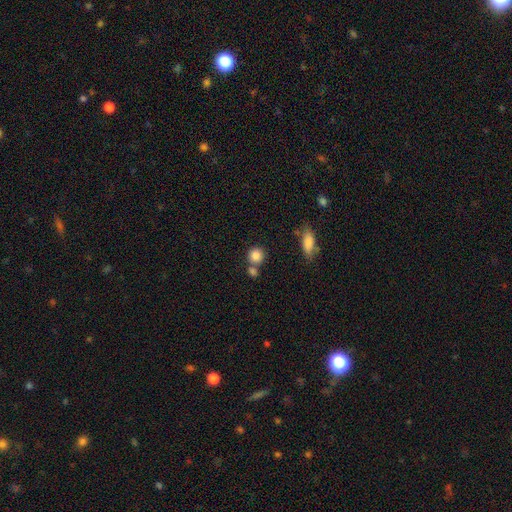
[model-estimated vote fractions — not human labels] Smooth or featured: smooth — 85% (star or artifact — 9%)
How rounded: round — 85% (in between — 13%)
Merging: none — 60% (merger — 27%)